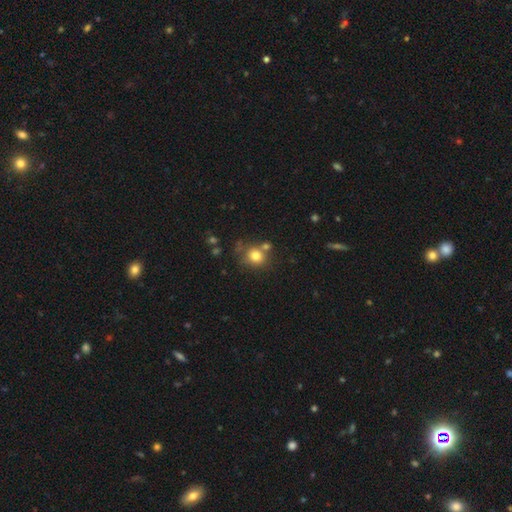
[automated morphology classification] This appears to be a smooth galaxy with no disk features (78%) that is round (81%). Merging: none (64%).